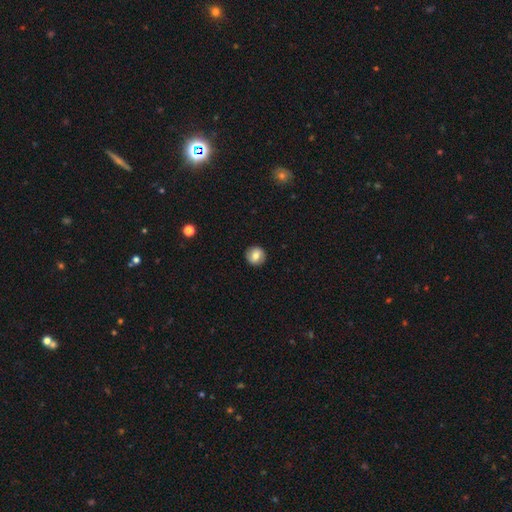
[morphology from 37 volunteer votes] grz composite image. It shows a smooth galaxy with no disk features (76%) that is round (82%). Merging: none (86%).